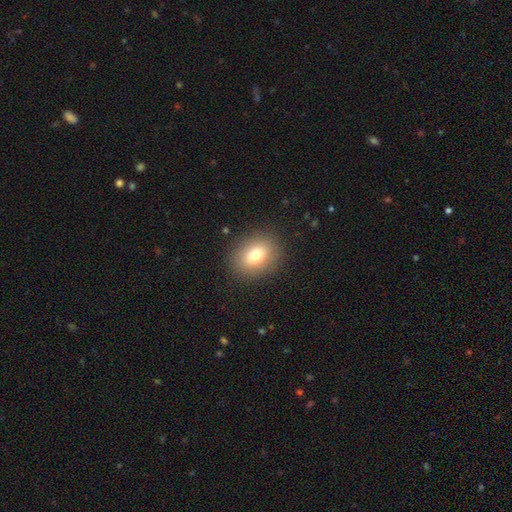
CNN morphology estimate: Q: Smooth or featured?
A: smooth (77%); runner-up: featured or disk (12%)
Q: How rounded?
A: in between (58%); runner-up: round (41%)
Q: Merging?
A: none (88%); runner-up: minor disturbance (8%)